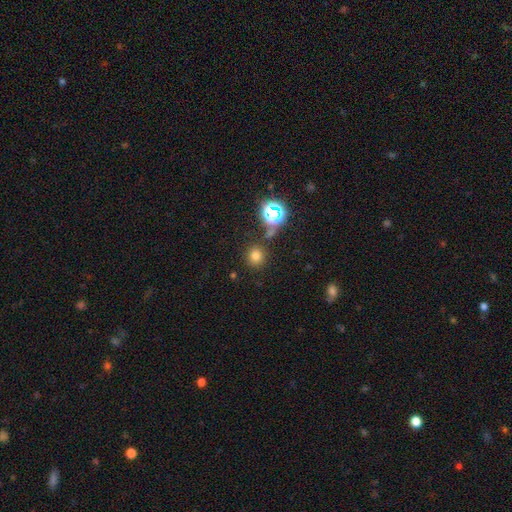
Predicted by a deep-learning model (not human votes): A smooth galaxy with no disk features (70%) that is round (90%).

Vote fractions:
- Smooth or featured? smooth: 70% / star or artifact: 23% / featured or disk: 7%
- How rounded? round: 90% / in between: 9% / cigar-shaped: 1%
- Merging? none: 81% / minor disturbance: 9% / merger: 6% / major disturbance: 4%